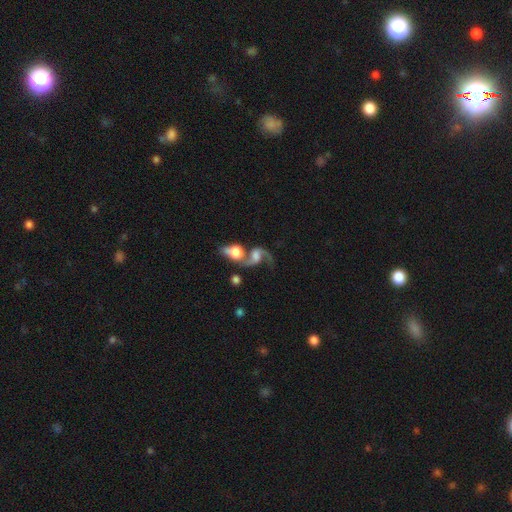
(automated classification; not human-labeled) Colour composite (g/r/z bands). It shows a featured or disk galaxy (71%) with no bar (56%), 2 (80%) loose (75%) spiral arms (88%) and a large central bulge (32%). Merging: merger (61%).